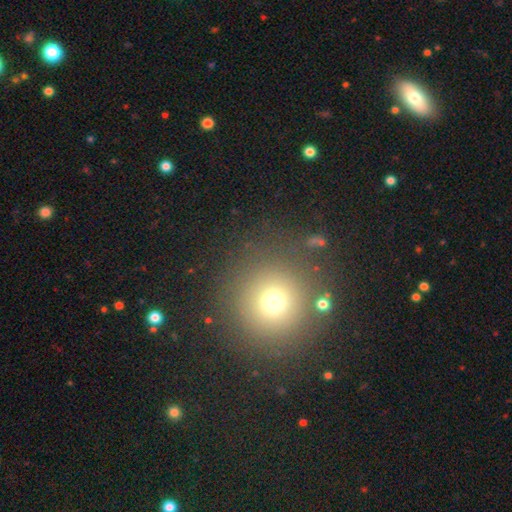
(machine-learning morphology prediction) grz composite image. It shows a smooth galaxy with no disk features (62%) that is round (94%). Merging: none (87%).